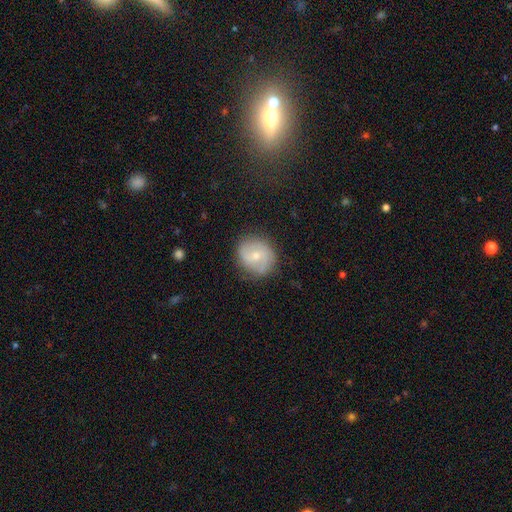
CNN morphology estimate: Smooth or featured?
  - featured or disk: 47% *
  - smooth: 45%
  - star or artifact: 8%
Merging?
  - none: 78% *
  - minor disturbance: 15%
  - major disturbance: 5%
  - merger: 1%